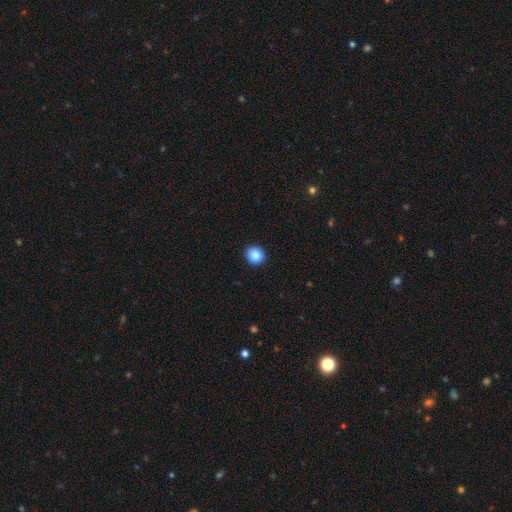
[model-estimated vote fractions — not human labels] Q: Smooth or featured?
A: smooth (86%); runner-up: star or artifact (10%)
Q: How rounded?
A: round (88%); runner-up: in between (11%)
Q: Merging?
A: none (93%); runner-up: minor disturbance (5%)